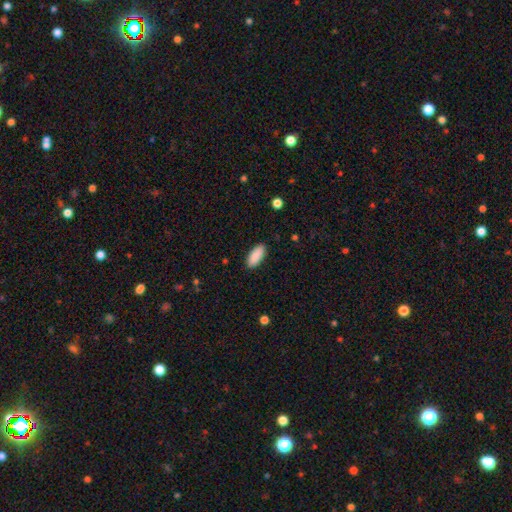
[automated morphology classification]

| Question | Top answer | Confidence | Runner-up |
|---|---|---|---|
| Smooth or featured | smooth | 91% | star or artifact (6%) |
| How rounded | in between | 87% | cigar-shaped (12%) |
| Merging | none | 90% | minor disturbance (7%) |